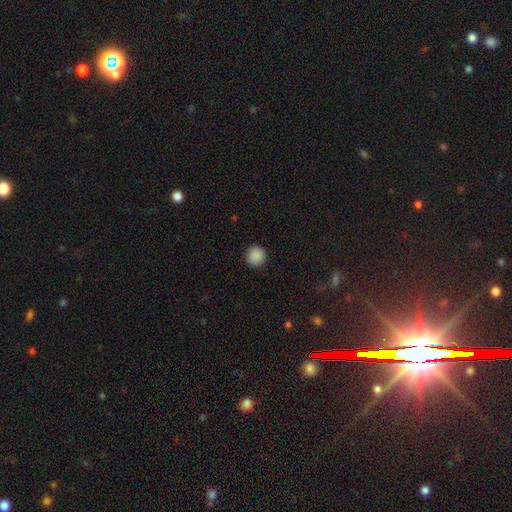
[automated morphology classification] This appears to be a smooth galaxy with no disk features (89%) that is round (94%). Merging: none (91%).